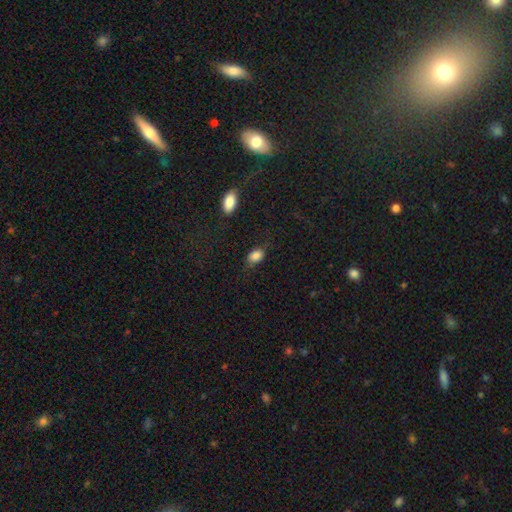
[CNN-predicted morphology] smooth 85%, star or artifact 9%, featured or disk 7%. Down the decision tree: how rounded — in between (82%); merging — none (63%).